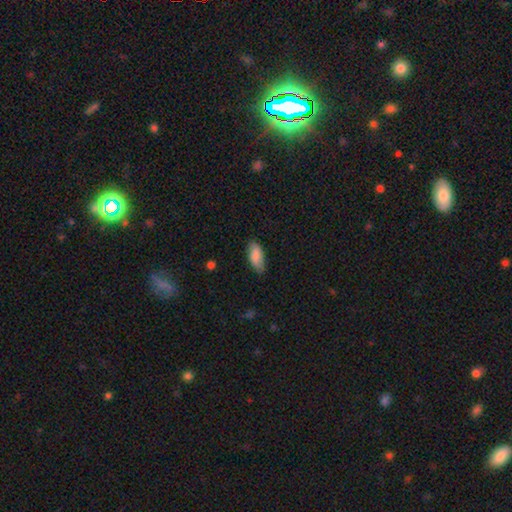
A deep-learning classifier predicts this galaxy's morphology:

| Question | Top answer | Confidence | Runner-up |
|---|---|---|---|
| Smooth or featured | smooth | 85% | featured or disk (9%) |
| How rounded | in between | 85% | cigar-shaped (13%) |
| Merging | none | 74% | minor disturbance (21%) |